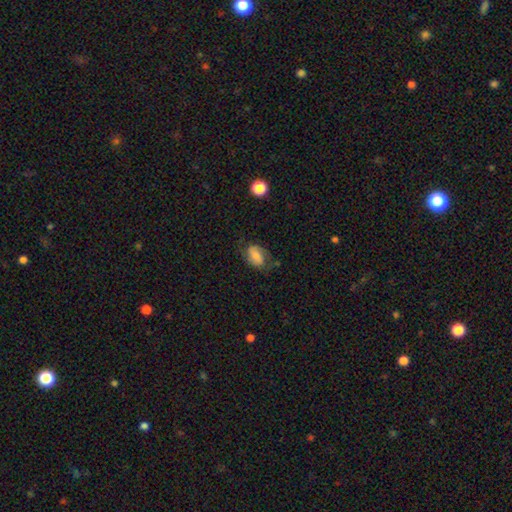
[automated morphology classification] Q: Smooth or featured?
A: smooth (48%); runner-up: featured or disk (43%)
Q: Merging?
A: none (60%); runner-up: minor disturbance (25%)